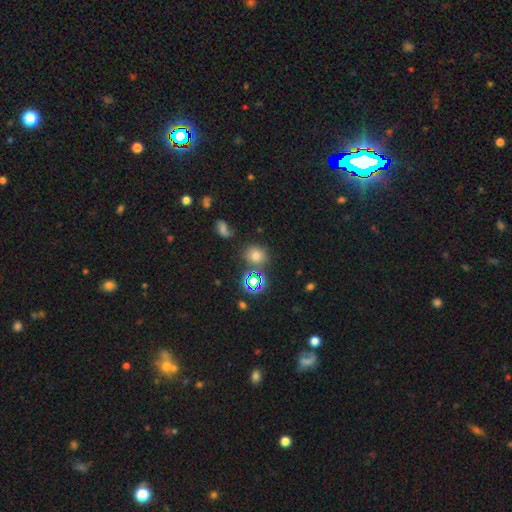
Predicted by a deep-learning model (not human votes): The model was most divided on "smooth or featured": smooth: 67%, star or artifact: 25%, featured or disk: 8%. More confident: how rounded — round (76%); merging — none (76%).